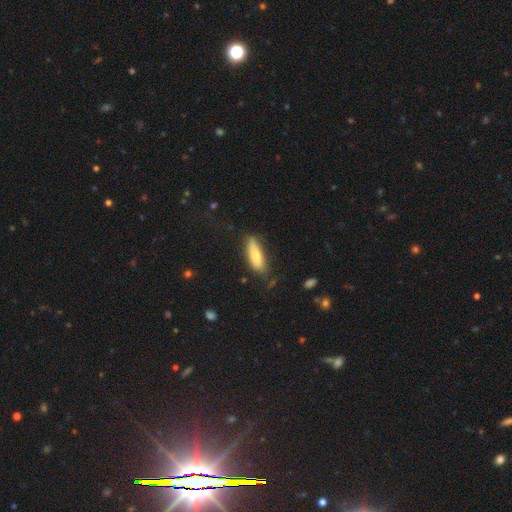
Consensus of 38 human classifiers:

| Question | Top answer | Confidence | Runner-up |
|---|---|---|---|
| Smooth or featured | smooth | 84% | featured or disk (11%) |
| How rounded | cigar-shaped | 53% | in between (47%) |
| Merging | none | 67% | minor disturbance (19%) |